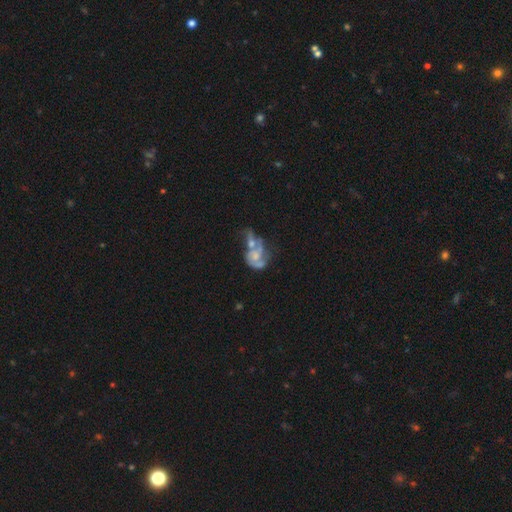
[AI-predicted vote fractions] A featured or disk galaxy (65%) with no bar (79%), spiral arms (58%) and a moderate central bulge (38%). Merging: merger (55%).